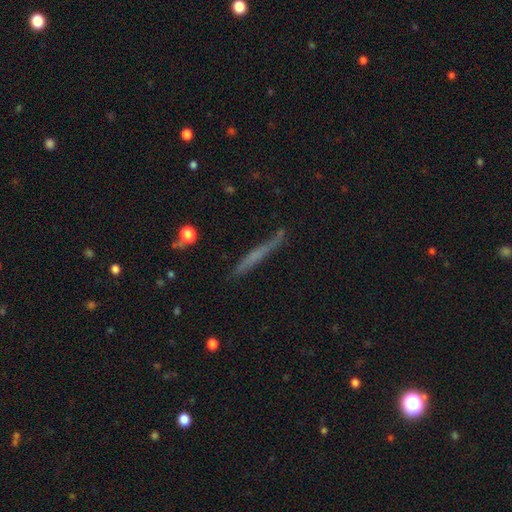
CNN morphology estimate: Q: Smooth or featured?
A: smooth (47%); runner-up: featured or disk (44%)
Q: Merging?
A: none (78%); runner-up: minor disturbance (16%)